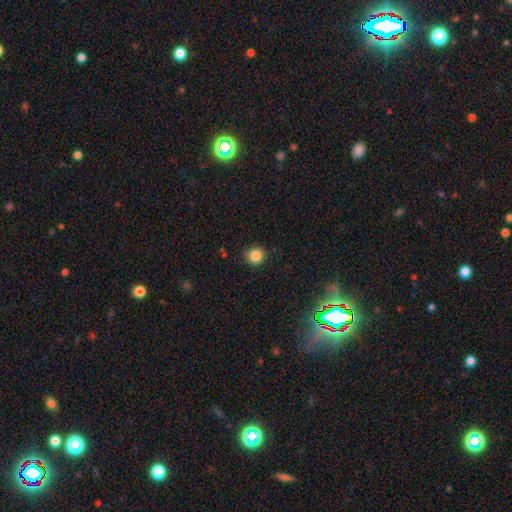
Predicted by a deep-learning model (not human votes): smooth_or_featured: smooth (p=0.83) [alt: star or artifact p=0.12]
how_rounded: round (p=0.91) [alt: in between p=0.08]
merging: none (p=0.81) [alt: minor disturbance p=0.14]